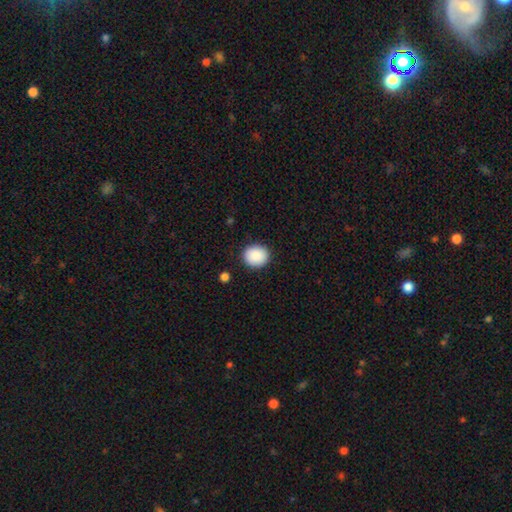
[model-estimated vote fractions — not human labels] Smooth or featured? Predicted: smooth (p=0.90). How rounded? Predicted: round (p=0.77). Merging? Predicted: none (p=0.90).